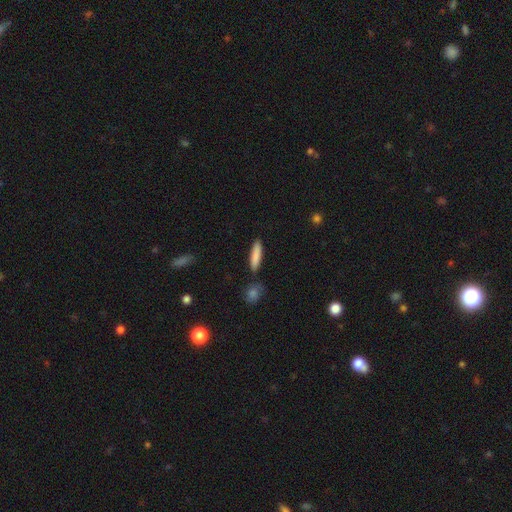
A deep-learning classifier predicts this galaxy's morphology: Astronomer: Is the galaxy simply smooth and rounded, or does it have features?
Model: smooth — 85%.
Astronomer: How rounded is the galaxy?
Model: cigar-shaped — 80%.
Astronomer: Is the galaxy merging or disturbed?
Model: none — 86%.